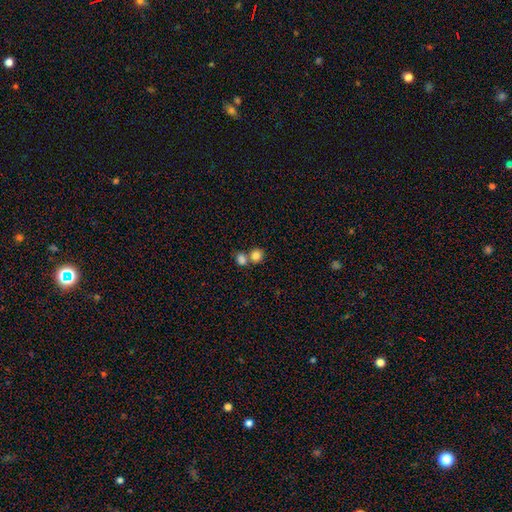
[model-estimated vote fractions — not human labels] Overall: smooth (83%). How rounded: round (78%). Merging: none (45%, tied with merger).